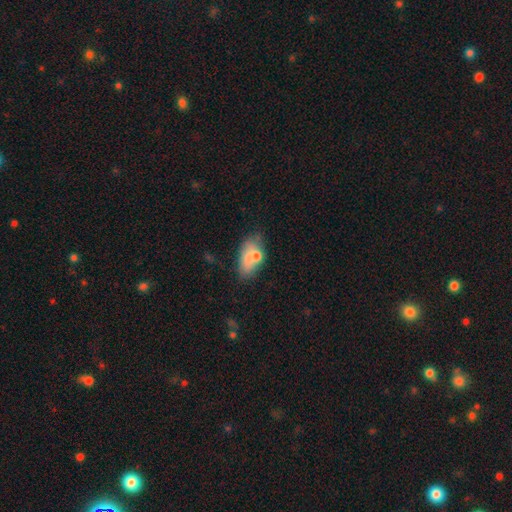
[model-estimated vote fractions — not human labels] Smooth or featured? smooth (64%)
How rounded? in between (87%)
Merging? none (39%)